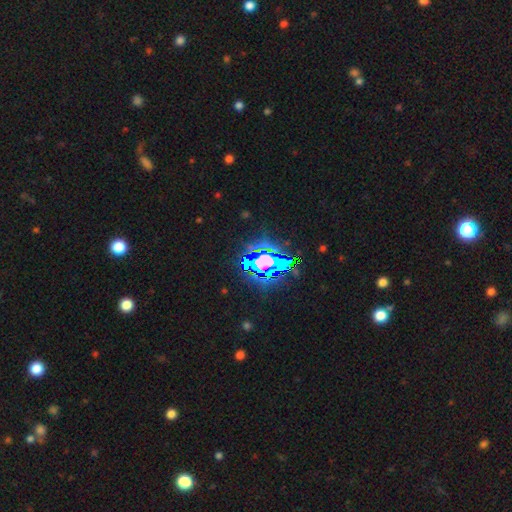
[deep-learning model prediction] This appears to be a star or artifact, not a galaxy (61%).